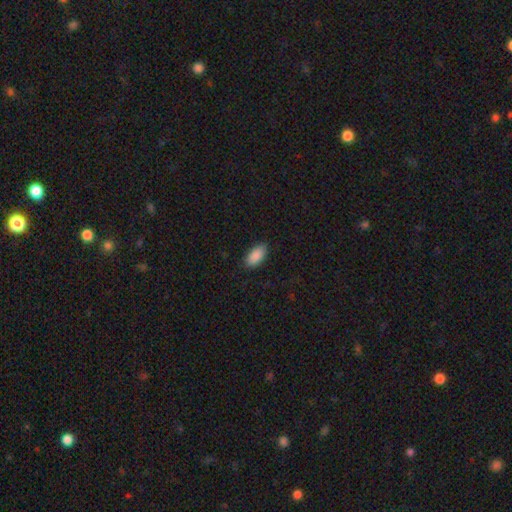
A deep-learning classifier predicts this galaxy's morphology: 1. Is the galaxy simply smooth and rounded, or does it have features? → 90% smooth, 6% star or artifact, 4% featured or disk.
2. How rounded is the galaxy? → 92% in between, 6% cigar-shaped, 2% round.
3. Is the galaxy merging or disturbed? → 86% none, 11% minor disturbance, 2% major disturbance, 1% merger.